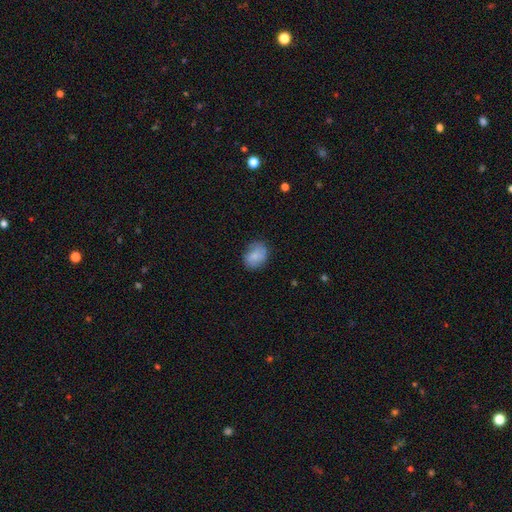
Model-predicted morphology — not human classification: smooth 81%, featured or disk 12%, star or artifact 8%. Down the decision tree: how rounded — in between (54%); merging — none (73%).